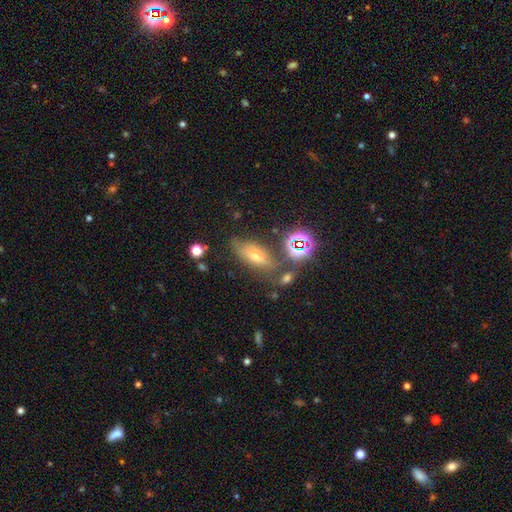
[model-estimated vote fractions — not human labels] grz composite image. It shows a smooth galaxy with no disk features (42%). Merging: none (59%).